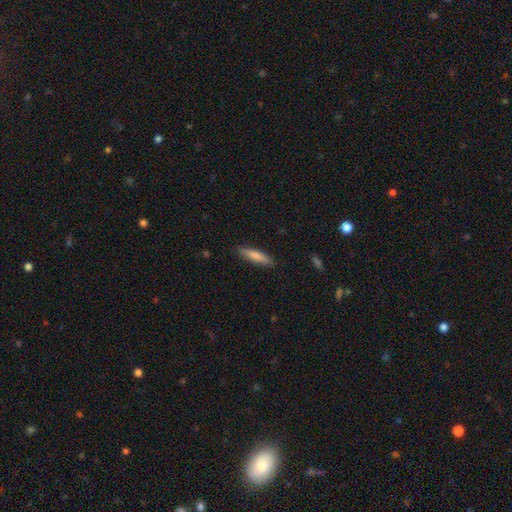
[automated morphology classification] This appears to be a smooth galaxy with no disk features (78%) that is cigar-shaped (81%). Merging: none (89%).